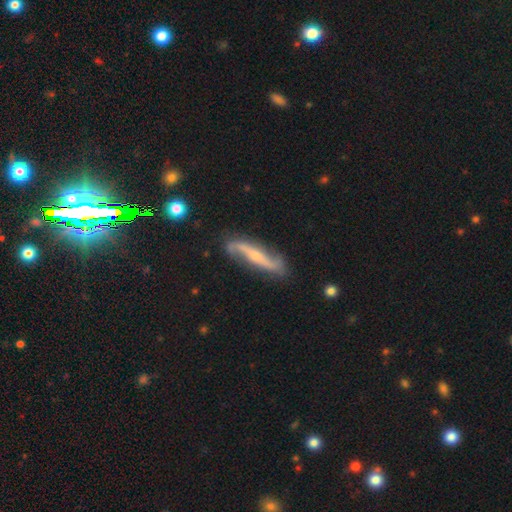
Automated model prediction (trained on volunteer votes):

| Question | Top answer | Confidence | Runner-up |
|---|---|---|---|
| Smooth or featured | featured or disk | 82% | smooth (13%) |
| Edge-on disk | no | 69% | yes (31%) |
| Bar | strong | 37% | no (35%) |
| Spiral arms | yes | 94% | no (6%) |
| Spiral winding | loose | 79% | medium (15%) |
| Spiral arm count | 2 | 92% | can't tell (3%) |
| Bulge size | small | 59% | moderate (32%) |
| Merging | none | 76% | minor disturbance (17%) |